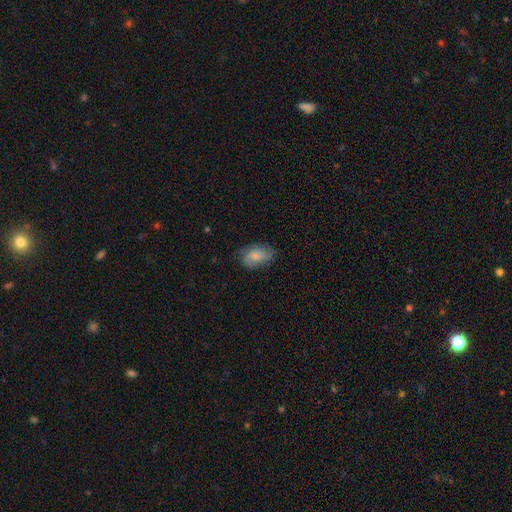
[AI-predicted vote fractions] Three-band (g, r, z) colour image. It shows a smooth galaxy with no disk features (70%) that is in between round and cigar-shaped (88%). Merging: none (67%).